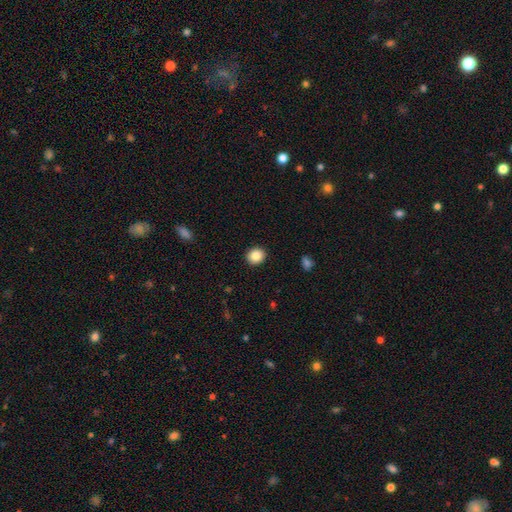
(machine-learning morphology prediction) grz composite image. It shows a smooth galaxy with no disk features (87%) that is round (82%). Merging: none (92%).